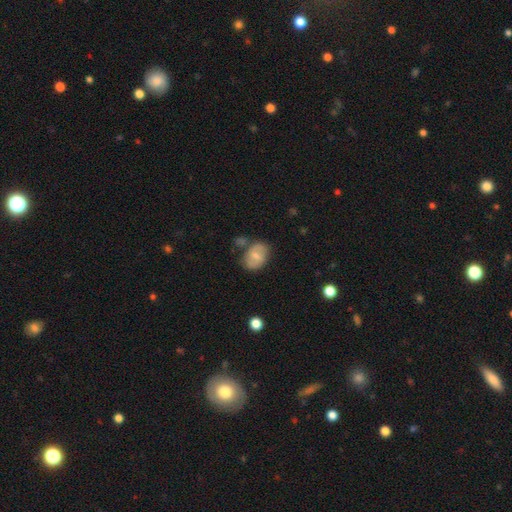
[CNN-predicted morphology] Smooth or featured? Predicted: smooth (p=0.58). How rounded? Predicted: in between (p=0.74). Merging? Predicted: none (p=0.60).